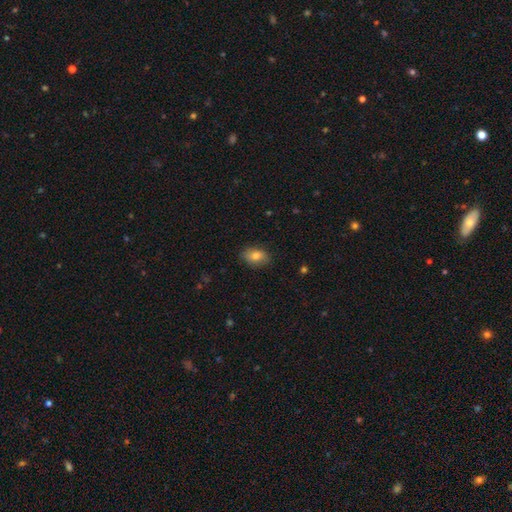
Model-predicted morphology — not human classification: This is likely a smooth galaxy (80%). How rounded: clearly in between (83%). Merging: clearly none (83%).